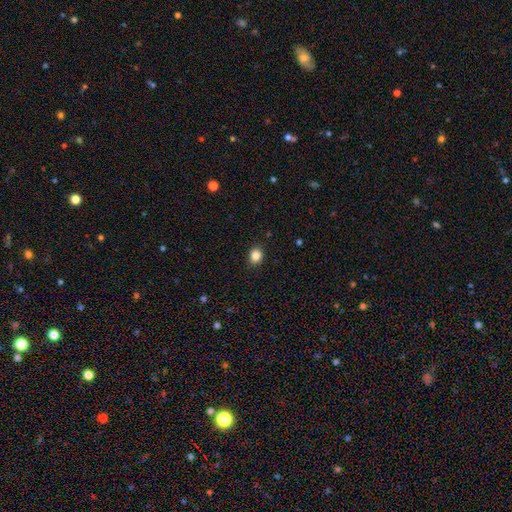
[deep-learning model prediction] smooth 85%, star or artifact 11%, featured or disk 4%. Down the decision tree: how rounded — round (67%); merging — none (90%).